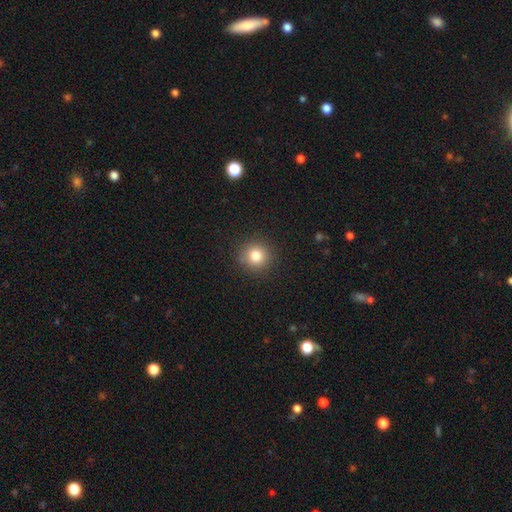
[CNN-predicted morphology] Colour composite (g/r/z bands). It shows a smooth galaxy with no disk features (81%) that is round (93%). Merging: none (90%).